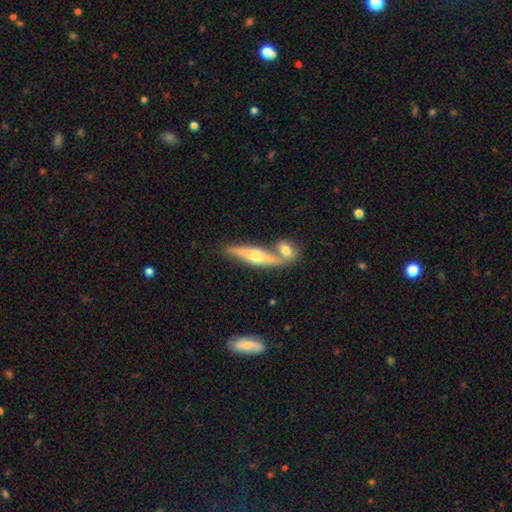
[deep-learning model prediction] The model was most divided on "merging": none: 64%, merger: 24%, minor disturbance: 10%, major disturbance: 3%. More confident: edge-on bulge — rounded (94%); edge-on disk — yes (93%); smooth or featured — featured or disk (68%).